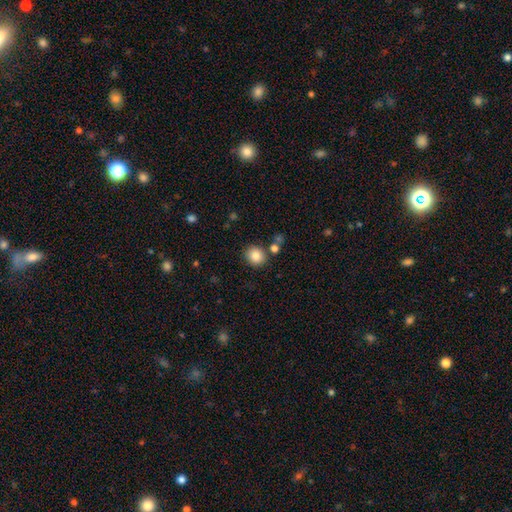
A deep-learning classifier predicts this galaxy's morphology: Smooth or featured: smooth — 84% (star or artifact — 10%)
How rounded: round — 76% (in between — 24%)
Merging: none — 80% (minor disturbance — 9%)